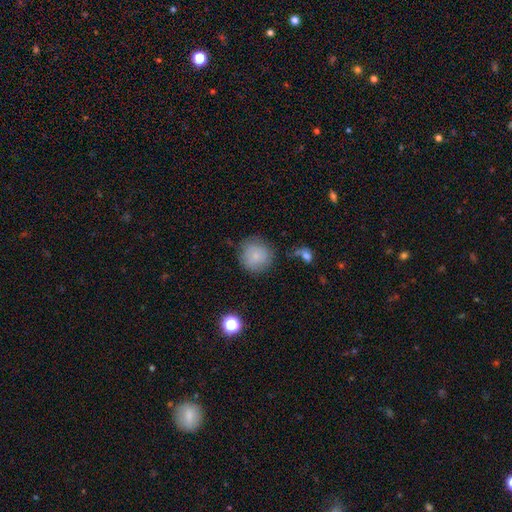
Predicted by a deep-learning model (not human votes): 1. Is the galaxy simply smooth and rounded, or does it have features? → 80% smooth, 12% featured or disk, 9% star or artifact.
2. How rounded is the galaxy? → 92% round, 7% in between, 1% cigar-shaped.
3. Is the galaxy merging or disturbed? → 73% none, 18% minor disturbance, 6% major disturbance, 3% merger.